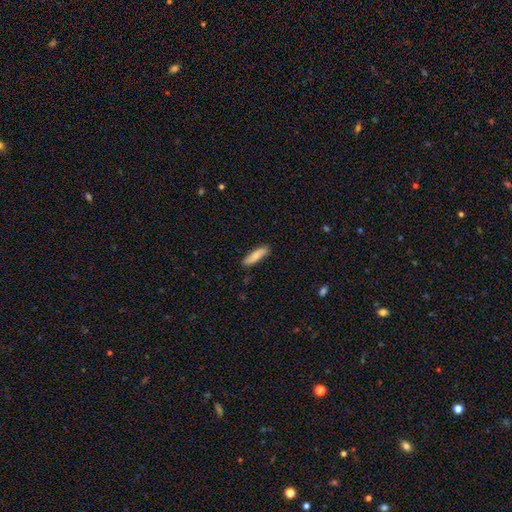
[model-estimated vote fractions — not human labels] This appears to be a smooth galaxy with no disk features (81%) that is cigar-shaped (71%). Merging: none (88%).